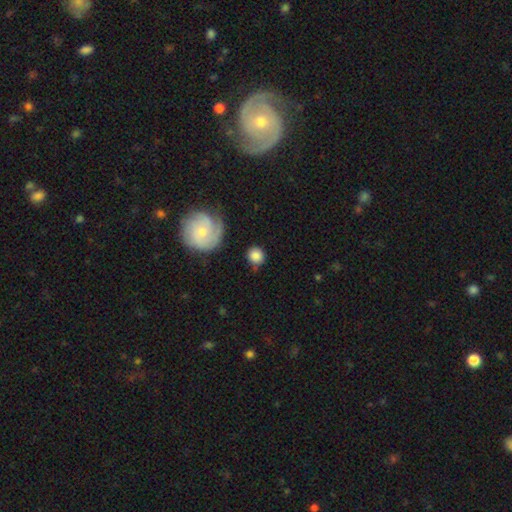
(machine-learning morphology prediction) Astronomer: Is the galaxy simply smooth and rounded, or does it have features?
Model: smooth — 76%.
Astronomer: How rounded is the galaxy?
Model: round — 86%.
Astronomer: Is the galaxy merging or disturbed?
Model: none — 75%.